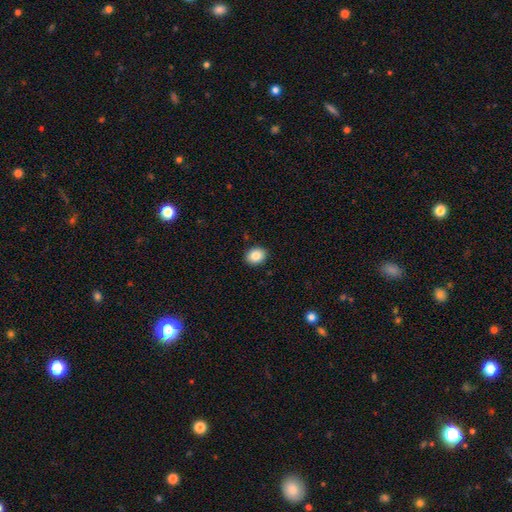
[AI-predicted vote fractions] Smooth or featured?
  - smooth: 86% *
  - star or artifact: 8%
  - featured or disk: 5%
How rounded?
  - round: 50% *
  - in between: 49%
  - cigar-shaped: 1%
Merging?
  - none: 91% *
  - minor disturbance: 7%
  - major disturbance: 2%
  - merger: 1%